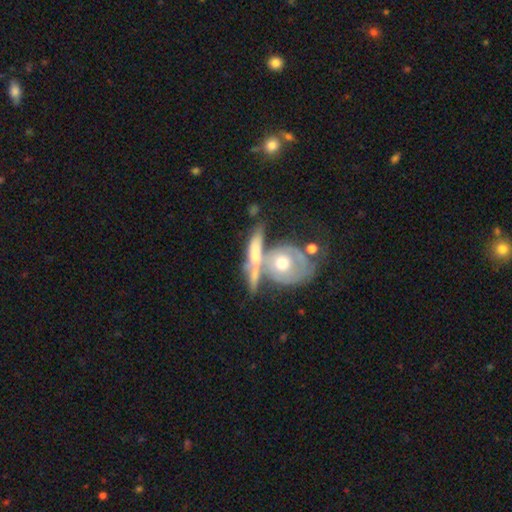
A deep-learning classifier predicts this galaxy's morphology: Smooth or featured: featured or disk — 63% (smooth — 30%)
Edge-on disk: no — 53% (yes — 47%)
Merging: merger — 42% (none — 37%)